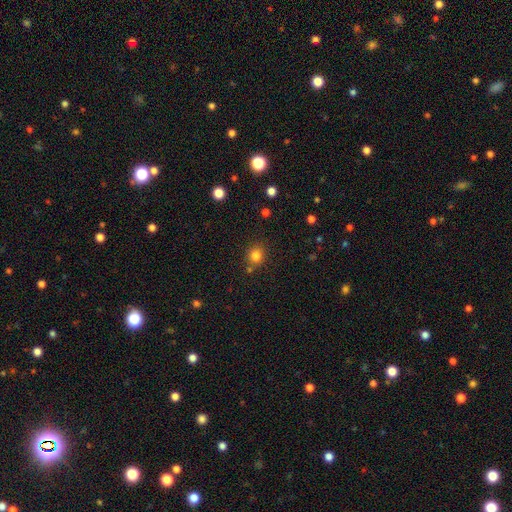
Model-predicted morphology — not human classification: Smooth or featured? smooth (82%)
How rounded? round (79%)
Merging? none (79%)